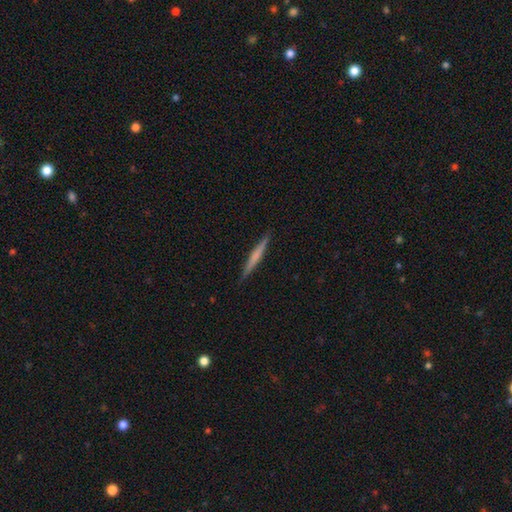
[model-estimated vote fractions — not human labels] featured or disk 50%, smooth 45%, star or artifact 6%. Down the decision tree: merging — none (91%).